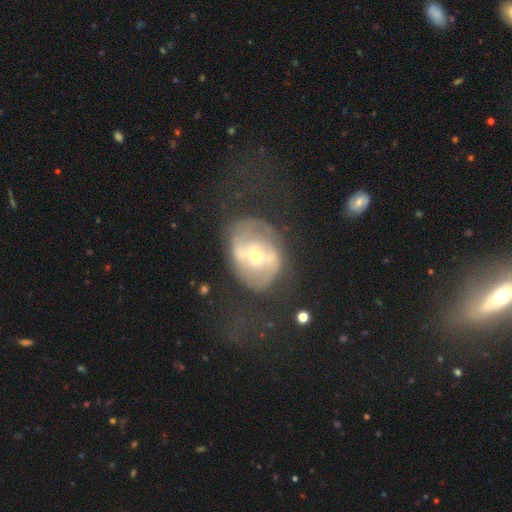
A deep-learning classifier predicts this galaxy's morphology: type=featured or disk (71%); edge-on=no (95%); bar=strong (42%); spiral arms=yes (52%); bulge=small (56%); merging=none (55%).